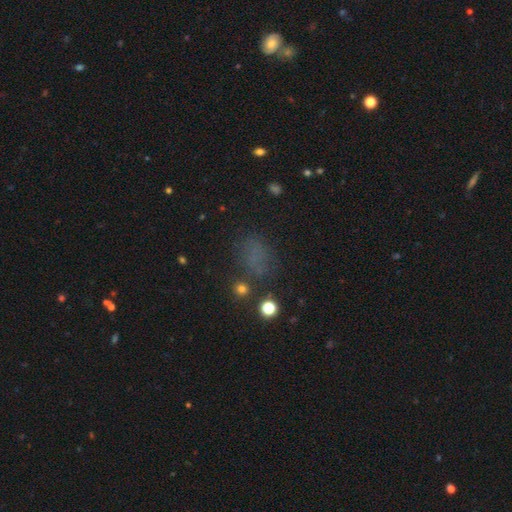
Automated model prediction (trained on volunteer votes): Q: Smooth or featured?
A: smooth (57%); runner-up: star or artifact (31%)
Q: How rounded?
A: in between (67%); runner-up: round (30%)
Q: Merging?
A: none (60%); runner-up: minor disturbance (19%)